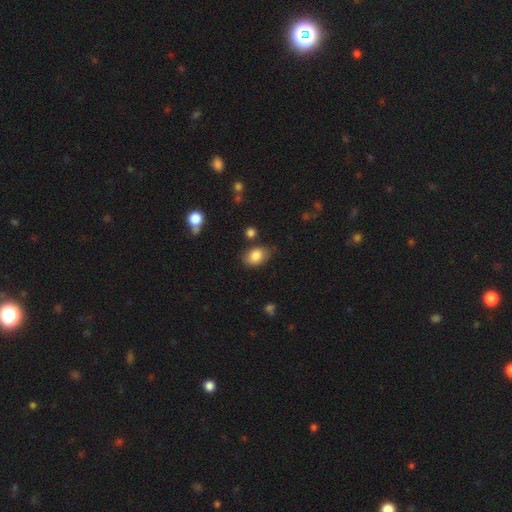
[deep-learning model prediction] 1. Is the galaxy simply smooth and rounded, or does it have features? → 86% smooth, 8% star or artifact, 7% featured or disk.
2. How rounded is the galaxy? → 79% in between, 20% round, 1% cigar-shaped.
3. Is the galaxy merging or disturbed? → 71% none, 20% minor disturbance, 5% major disturbance, 4% merger.